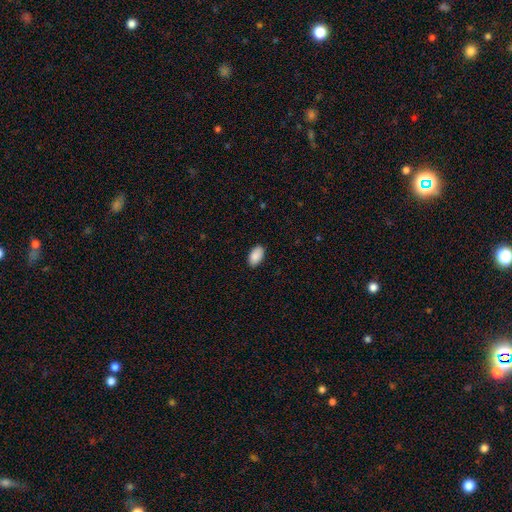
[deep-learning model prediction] smooth_or_featured: smooth (p=0.90) [alt: star or artifact p=0.06]
how_rounded: in between (p=0.95) [alt: round p=0.04]
merging: none (p=0.88) [alt: minor disturbance p=0.09]